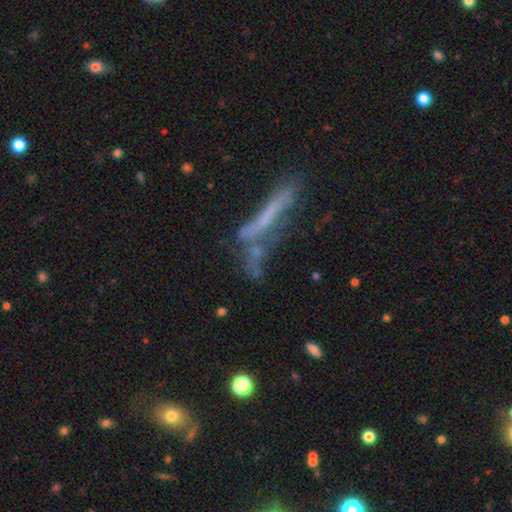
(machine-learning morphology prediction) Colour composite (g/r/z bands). It shows a featured or disk galaxy (46%). Merging: none (44%).